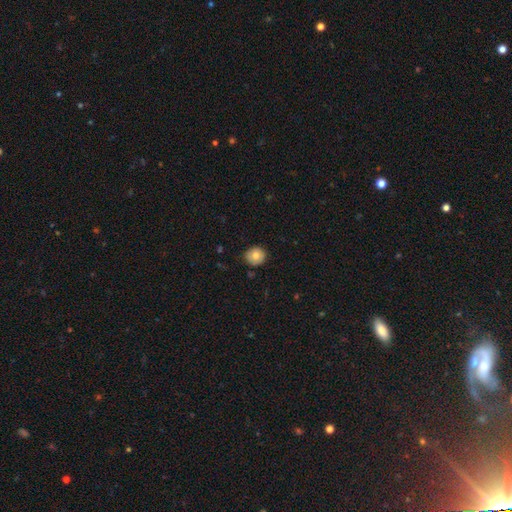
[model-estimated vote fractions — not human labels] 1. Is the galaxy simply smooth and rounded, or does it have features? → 79% smooth, 13% featured or disk, 8% star or artifact.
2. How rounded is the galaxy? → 90% round, 9% in between, 1% cigar-shaped.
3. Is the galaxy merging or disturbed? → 86% none, 11% minor disturbance, 2% major disturbance, 1% merger.